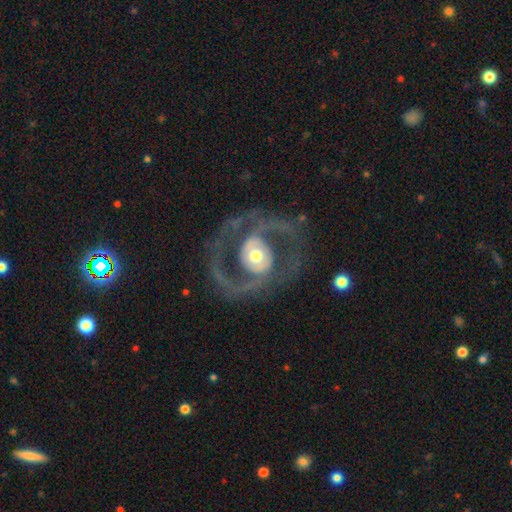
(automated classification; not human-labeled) Smooth or featured? featured or disk (83%)
Edge-on disk? no (97%)
Bar? no (64%)
Spiral arms? yes (81%)
Spiral winding? medium (53%)
Spiral arm count? 2 (83%)
Bulge size? moderate (62%)
Merging? none (68%)